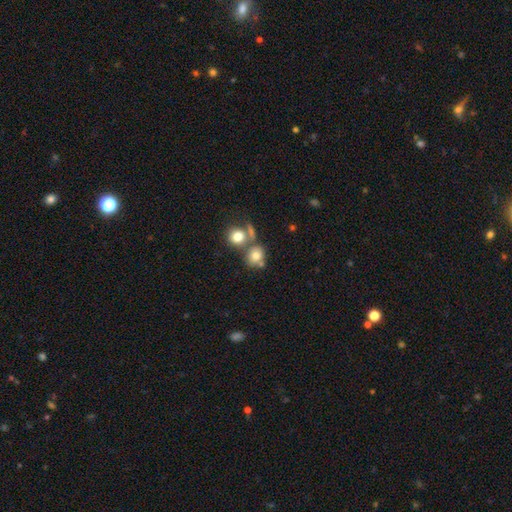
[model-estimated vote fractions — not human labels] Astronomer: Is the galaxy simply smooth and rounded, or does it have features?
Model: smooth — 75%.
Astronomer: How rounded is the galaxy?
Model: round — 75%.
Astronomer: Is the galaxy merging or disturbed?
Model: none — 51% (runner-up: merger, 34%).